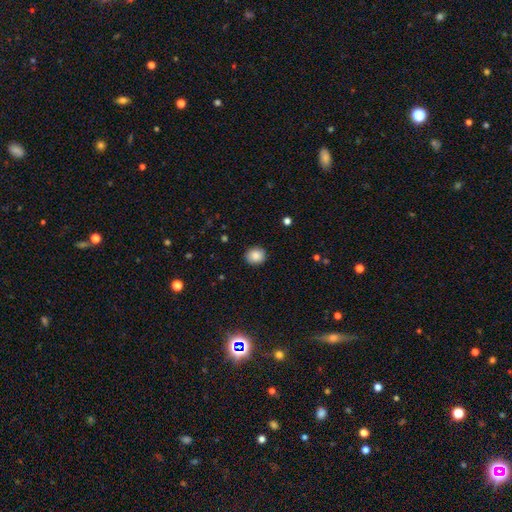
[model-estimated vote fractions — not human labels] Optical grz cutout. It shows a smooth galaxy with no disk features (86%) that is round (72%). Merging: none (89%).